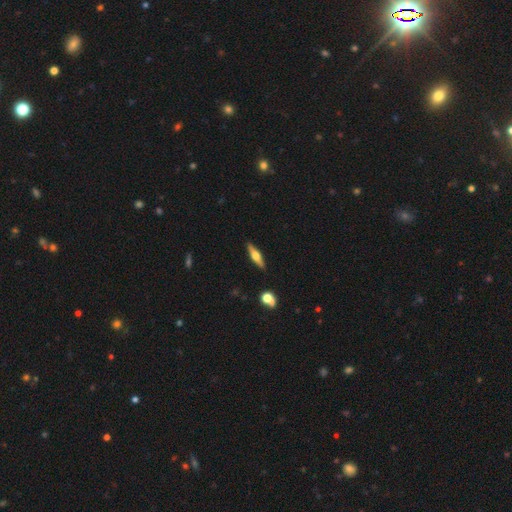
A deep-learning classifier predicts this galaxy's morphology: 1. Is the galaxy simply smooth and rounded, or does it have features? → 59% featured or disk, 34% smooth, 6% star or artifact.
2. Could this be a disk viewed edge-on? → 95% yes, 5% no.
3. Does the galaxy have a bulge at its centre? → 91% rounded, 6% boxy, 2% none.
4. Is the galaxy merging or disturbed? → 89% none, 8% minor disturbance, 2% merger, 2% major disturbance.